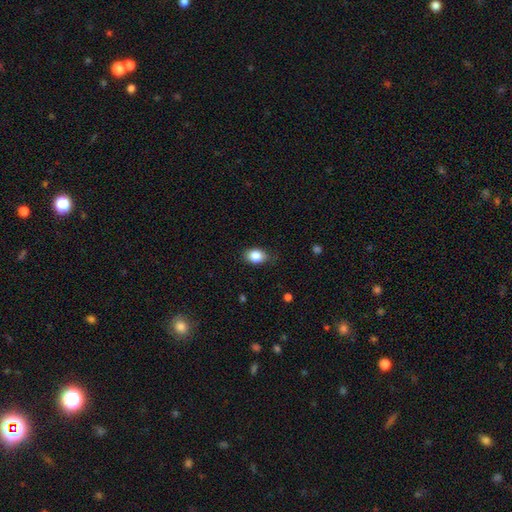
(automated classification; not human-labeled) A smooth galaxy with no disk features (84%) that is in between round and cigar-shaped (71%).

Vote fractions:
- Smooth or featured? smooth: 84% / star or artifact: 9% / featured or disk: 7%
- How rounded? in between: 71% / round: 27% / cigar-shaped: 1%
- Merging? none: 75% / minor disturbance: 20% / major disturbance: 4% / merger: 1%